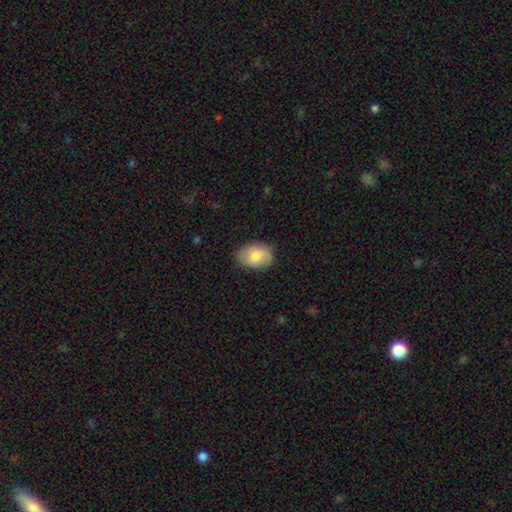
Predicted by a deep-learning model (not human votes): Smooth or featured: smooth — 72% (featured or disk — 22%)
How rounded: in between — 81% (round — 18%)
Merging: none — 79% (minor disturbance — 16%)